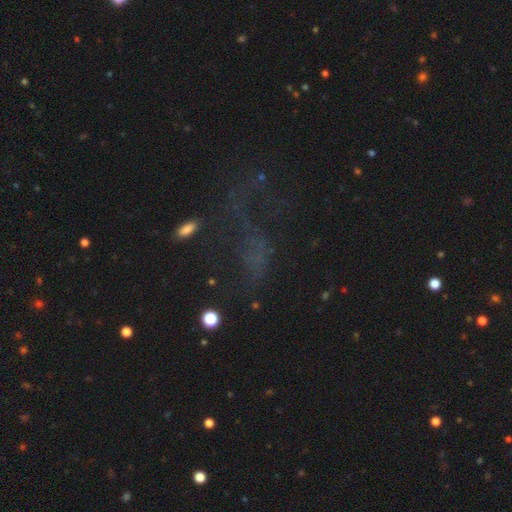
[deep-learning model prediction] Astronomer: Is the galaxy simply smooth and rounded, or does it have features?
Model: star or artifact — 38% (runner-up: featured or disk, 32%).